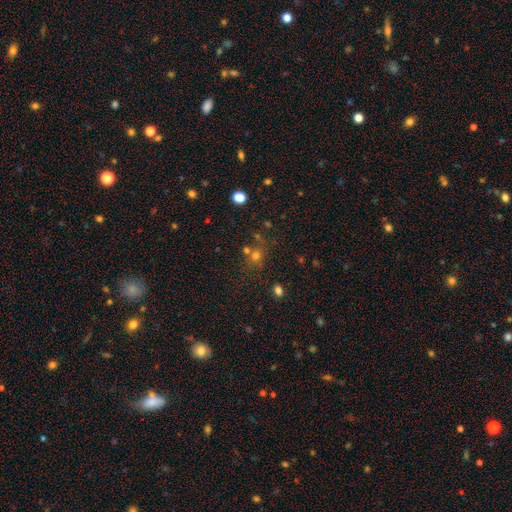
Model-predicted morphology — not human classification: Q: Smooth or featured?
A: smooth (58%); runner-up: star or artifact (30%)
Q: How rounded?
A: round (80%); runner-up: in between (19%)
Q: Merging?
A: none (60%); runner-up: merger (24%)